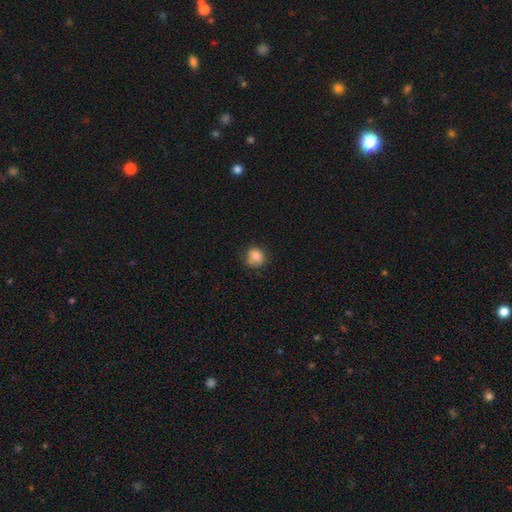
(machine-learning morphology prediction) Overall: smooth (81%). How rounded: round (76%). Merging: none (70%).